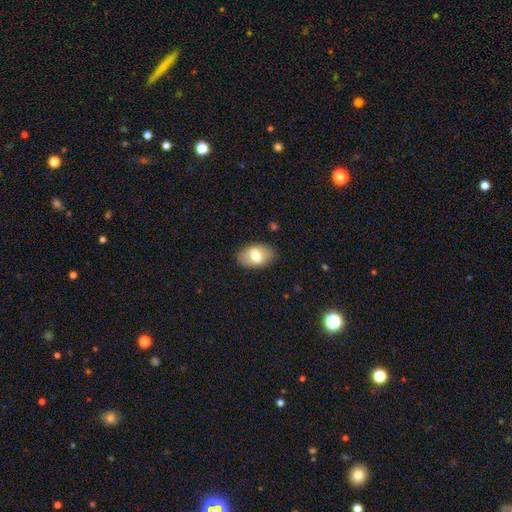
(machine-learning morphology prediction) Smooth or featured?
  - smooth: 69% *
  - featured or disk: 24%
  - star or artifact: 7%
How rounded?
  - in between: 89% *
  - round: 9%
  - cigar-shaped: 1%
Merging?
  - none: 85% *
  - minor disturbance: 11%
  - major disturbance: 3%
  - merger: 1%